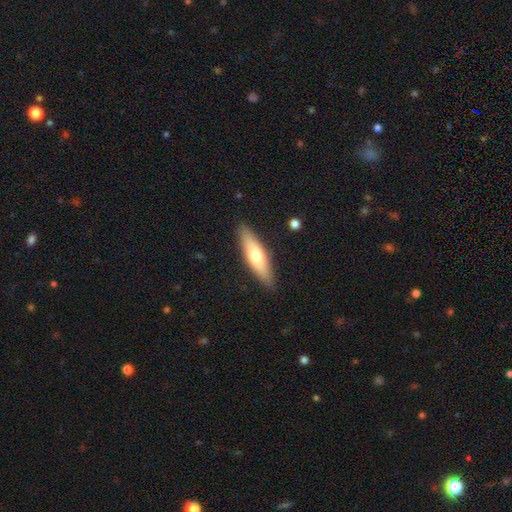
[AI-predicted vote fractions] smooth 59%, featured or disk 36%, star or artifact 5%. Down the decision tree: how rounded — cigar-shaped (67%); merging — none (88%).